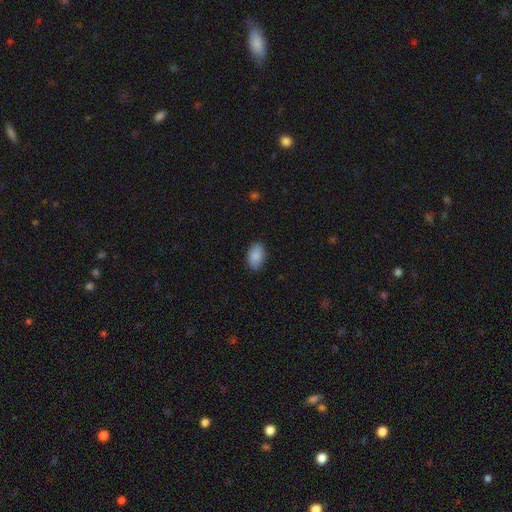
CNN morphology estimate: smooth_or_featured: smooth (p=0.90) [alt: star or artifact p=0.07]
how_rounded: in between (p=0.93) [alt: round p=0.06]
merging: none (p=0.88) [alt: minor disturbance p=0.09]